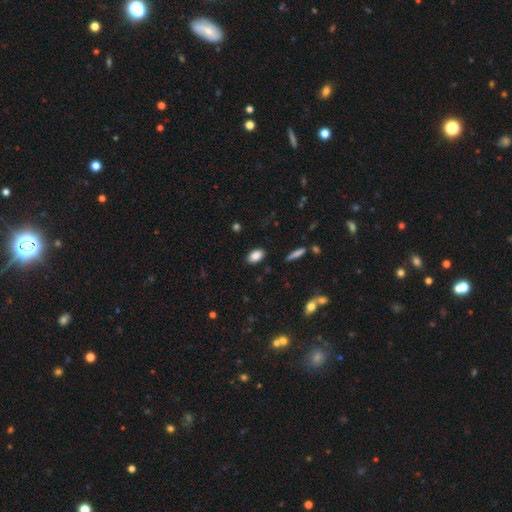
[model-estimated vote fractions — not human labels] Smooth or featured?
  - smooth: 86% *
  - star or artifact: 8%
  - featured or disk: 6%
How rounded?
  - in between: 89% *
  - round: 8%
  - cigar-shaped: 2%
Merging?
  - none: 87% *
  - minor disturbance: 9%
  - major disturbance: 2%
  - merger: 1%